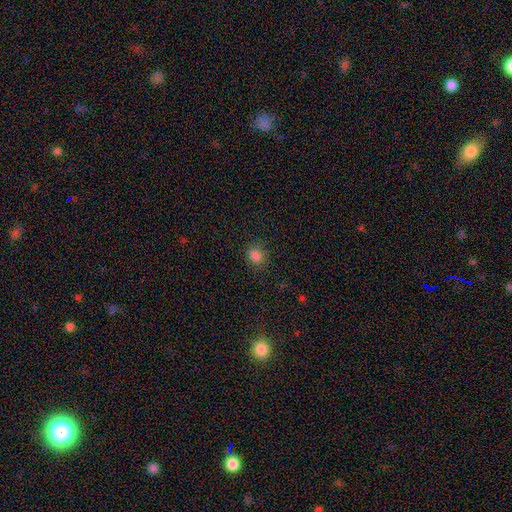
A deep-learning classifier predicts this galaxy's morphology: type=smooth (83%); roundness=round (61%); merging=none (83%).